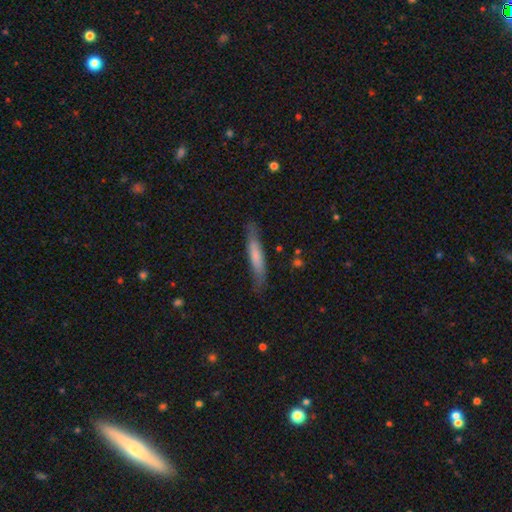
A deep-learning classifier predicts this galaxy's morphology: type=smooth (65%); roundness=cigar-shaped (90%); merging=none (79%).